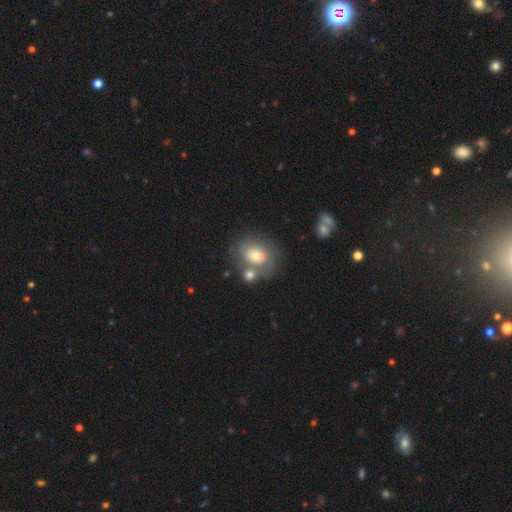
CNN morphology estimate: This appears to be a smooth galaxy with no disk features (64%) that is round (51%). Merging: none (51%).